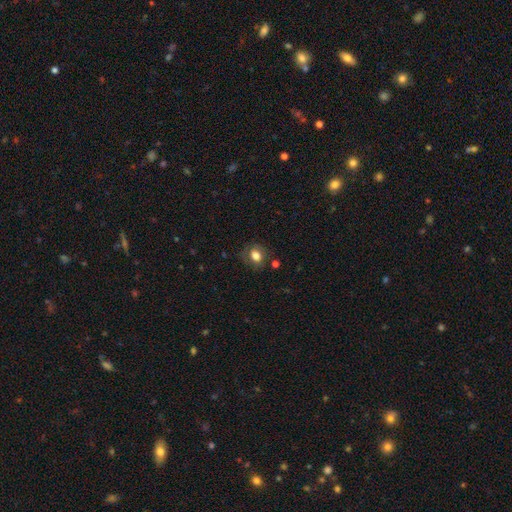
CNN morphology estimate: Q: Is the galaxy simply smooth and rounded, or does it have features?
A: smooth — 77%.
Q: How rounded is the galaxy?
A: in between — 52%.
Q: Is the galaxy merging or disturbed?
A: none — 75%.